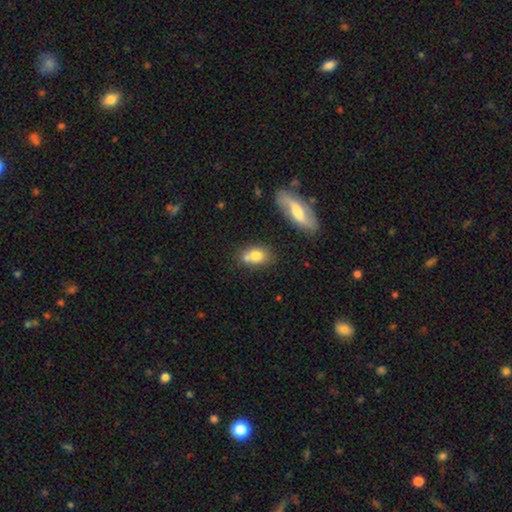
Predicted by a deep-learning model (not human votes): Smooth or featured? smooth (74%)
How rounded? in between (72%)
Merging? none (46%)